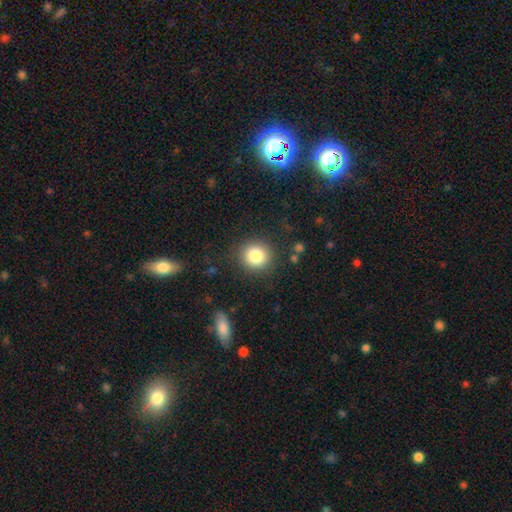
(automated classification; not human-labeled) smooth-or-featured: smooth: 83% | star or artifact: 10% | featured or disk: 7%
  how-rounded: round: 91% | in between: 8% | cigar-shaped: 1%
  merging: none: 88% | minor disturbance: 8% | major disturbance: 3% | merger: 2%